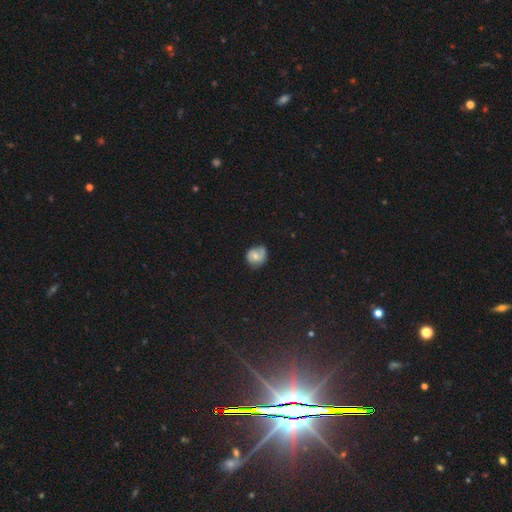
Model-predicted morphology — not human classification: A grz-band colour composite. It shows a smooth galaxy with no disk features (52%) that is round (71%). Merging: none (58%).